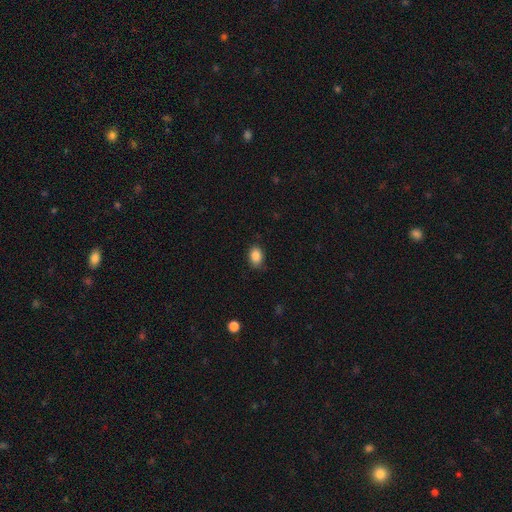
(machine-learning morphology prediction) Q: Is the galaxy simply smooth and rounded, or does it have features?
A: smooth — 88%.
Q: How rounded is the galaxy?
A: in between — 76%.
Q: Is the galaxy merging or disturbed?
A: none — 79%.